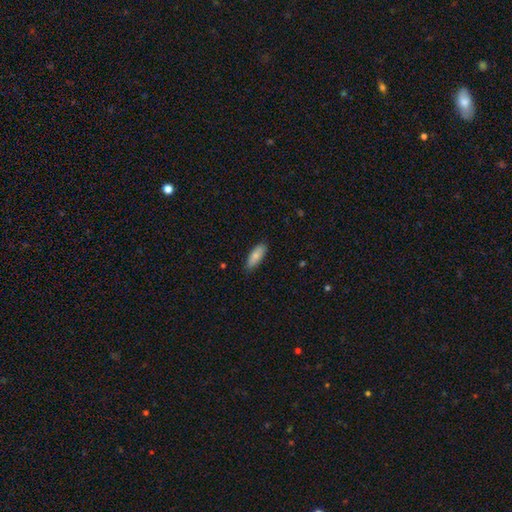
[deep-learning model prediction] A smooth galaxy with no disk features (82%) that is in between round and cigar-shaped (71%). Merging: none (83%).